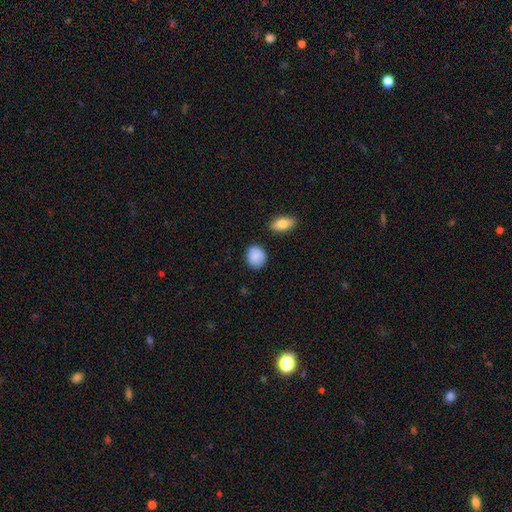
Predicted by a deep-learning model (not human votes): Smooth or featured? Predicted: smooth (p=0.87). How rounded? Predicted: round (p=0.62). Merging? Predicted: none (p=0.80).